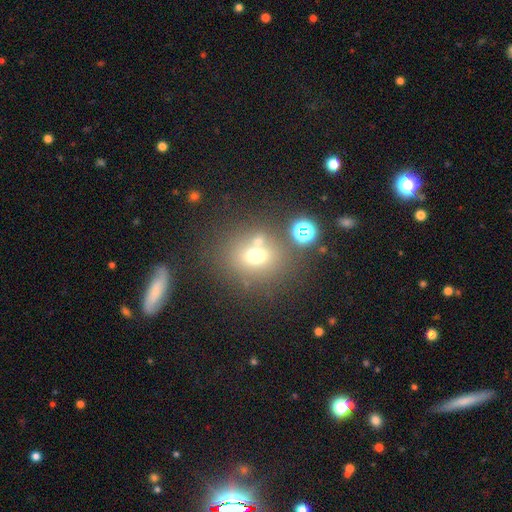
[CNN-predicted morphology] Smooth or featured?
  - smooth: 65% *
  - star or artifact: 20%
  - featured or disk: 15%
How rounded?
  - round: 70% *
  - in between: 28%
  - cigar-shaped: 1%
Merging?
  - none: 61% *
  - merger: 22%
  - minor disturbance: 11%
  - major disturbance: 6%